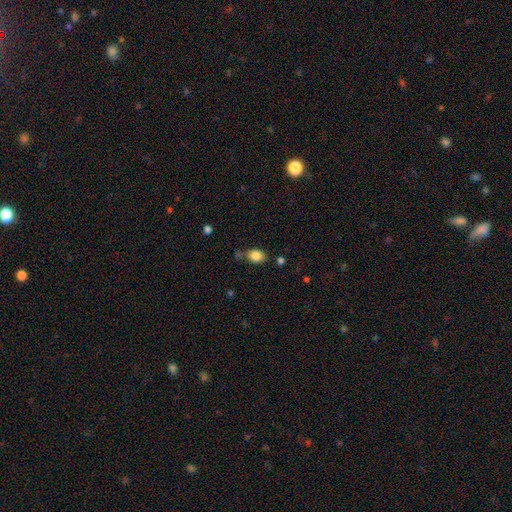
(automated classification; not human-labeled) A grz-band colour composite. It shows a smooth galaxy with no disk features (84%) that is in between round and cigar-shaped (70%). Merging: none (69%).